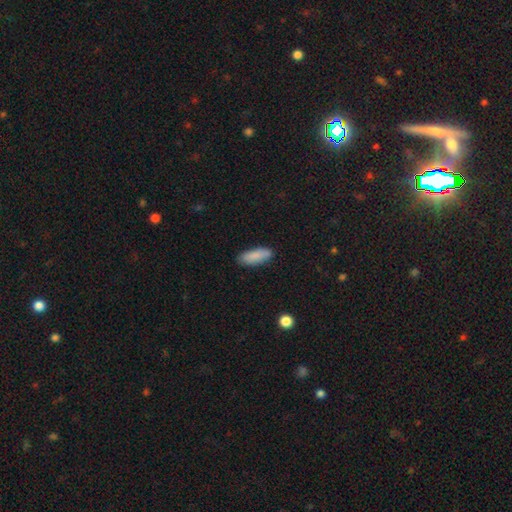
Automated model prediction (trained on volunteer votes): This is clearly a smooth galaxy (87%). How rounded: likely in between (71%). Merging: clearly none (82%).